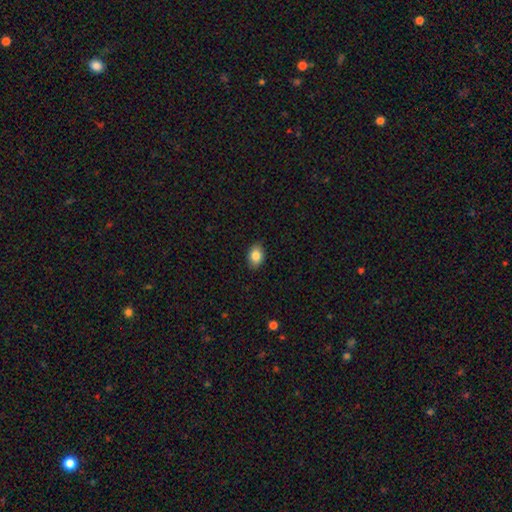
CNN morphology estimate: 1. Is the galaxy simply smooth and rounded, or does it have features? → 84% smooth, 8% star or artifact, 8% featured or disk.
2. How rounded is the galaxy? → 81% in between, 17% round, 1% cigar-shaped.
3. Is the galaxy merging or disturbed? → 88% none, 9% minor disturbance, 2% major disturbance, 1% merger.